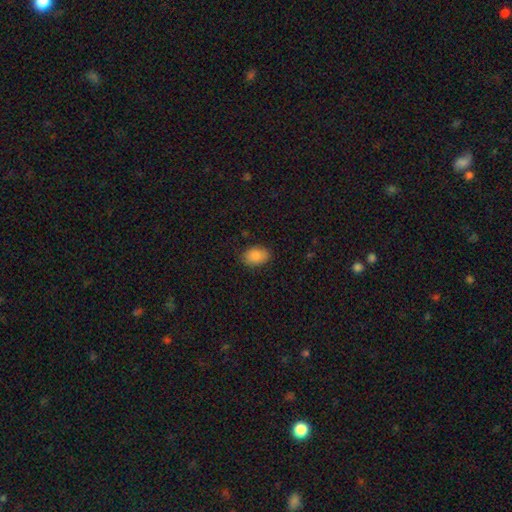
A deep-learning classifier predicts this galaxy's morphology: A smooth galaxy with no disk features (88%) that is in between round and cigar-shaped (82%).

Vote fractions:
- Smooth or featured? smooth: 88% / star or artifact: 8% / featured or disk: 4%
- How rounded? in between: 82% / round: 17% / cigar-shaped: 1%
- Merging? none: 84% / minor disturbance: 13% / major disturbance: 3% / merger: 1%